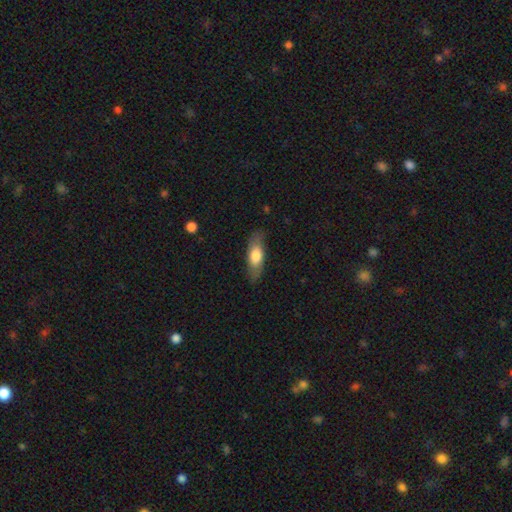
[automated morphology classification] smooth 66%, featured or disk 29%, star or artifact 6%. Down the decision tree: how rounded — in between (66%); merging — none (80%).